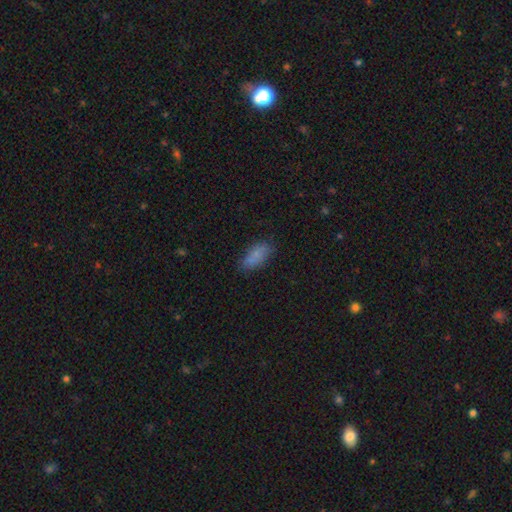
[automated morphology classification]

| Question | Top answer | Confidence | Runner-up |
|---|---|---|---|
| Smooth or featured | smooth | 81% | featured or disk (10%) |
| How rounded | in between | 87% | cigar-shaped (10%) |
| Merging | none | 75% | minor disturbance (17%) |